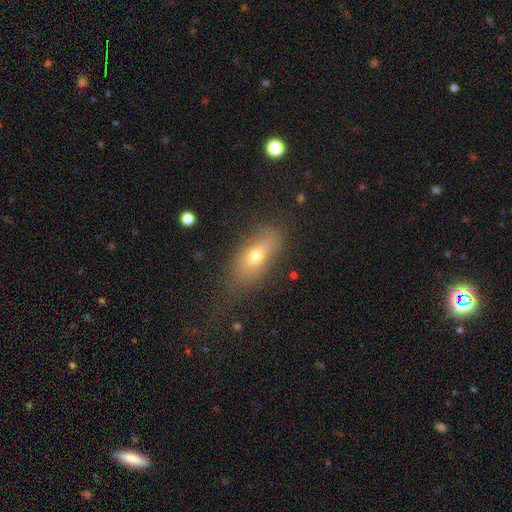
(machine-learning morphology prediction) This is likely a smooth galaxy (61%). How rounded: likely in between (73%). Merging: possibly none (58%).